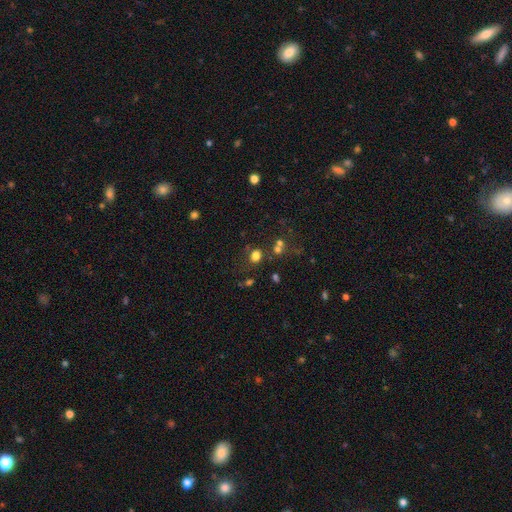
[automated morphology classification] The model was most divided on "how rounded": round: 67%, in between: 32%, cigar-shaped: 1%. More confident: smooth or featured — smooth (74%); merging — none (69%).